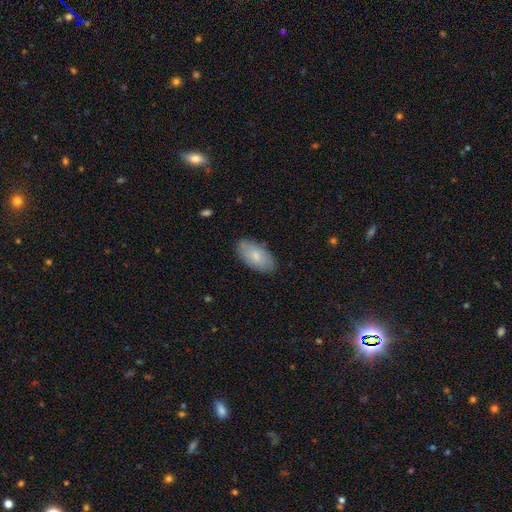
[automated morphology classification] smooth-or-featured: smooth: 77% | featured or disk: 17% | star or artifact: 6%
  how-rounded: in between: 95% | cigar-shaped: 3% | round: 3%
  merging: none: 84% | minor disturbance: 12% | major disturbance: 2% | merger: 1%